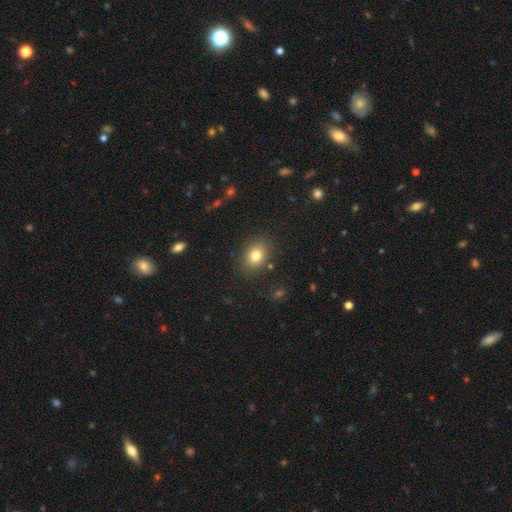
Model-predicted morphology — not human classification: smooth-or-featured: smooth: 80% | star or artifact: 11% | featured or disk: 9%
  how-rounded: in between: 60% | round: 39% | cigar-shaped: 1%
  merging: none: 84% | minor disturbance: 10% | major disturbance: 3% | merger: 2%